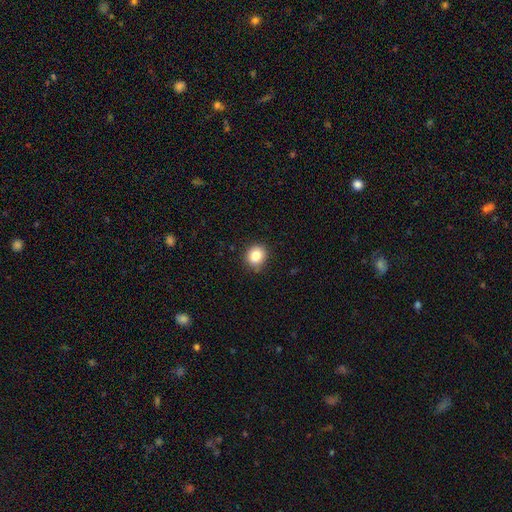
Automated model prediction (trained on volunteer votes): A smooth galaxy with no disk features (84%) that is round (78%). Merging: none (86%).